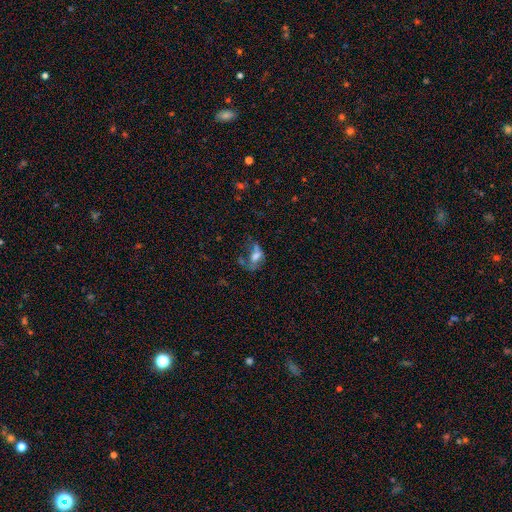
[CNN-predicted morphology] smooth 50%, featured or disk 34%, star or artifact 15%. Down the decision tree: how rounded — in between (82%); merging — major disturbance (45%).